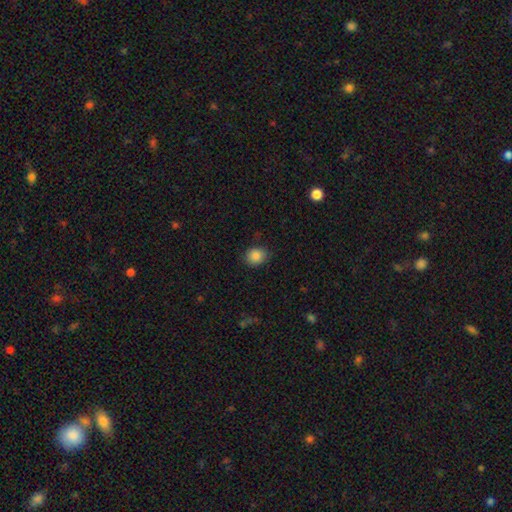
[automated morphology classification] Q: Smooth or featured?
A: smooth (86%); runner-up: star or artifact (10%)
Q: How rounded?
A: round (64%); runner-up: in between (35%)
Q: Merging?
A: none (84%); runner-up: minor disturbance (12%)